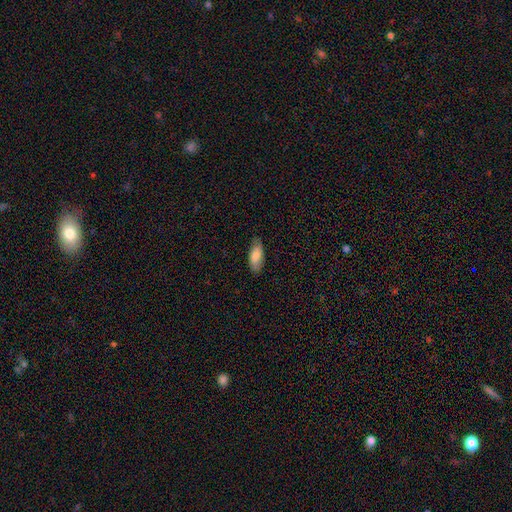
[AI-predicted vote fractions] Morphology: type=smooth (83%); roundness=in between (79%); merging=none (81%).